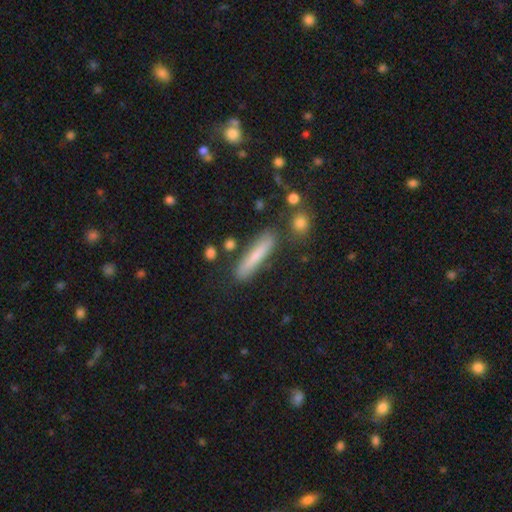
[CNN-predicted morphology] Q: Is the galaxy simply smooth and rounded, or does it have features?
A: smooth — 72%.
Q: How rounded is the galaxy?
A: cigar-shaped — 87%.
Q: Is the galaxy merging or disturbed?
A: none — 82%.